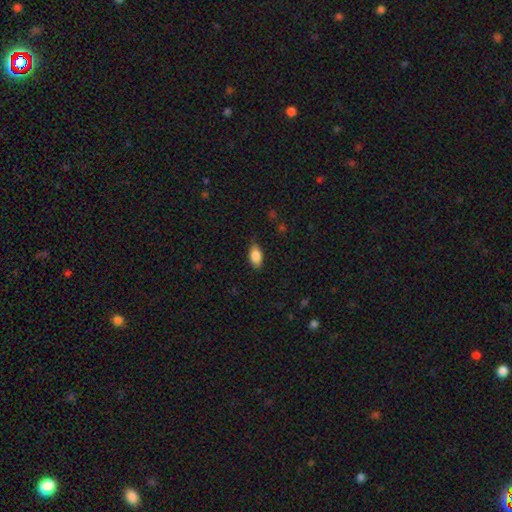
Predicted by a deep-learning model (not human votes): Morphology: type=smooth (86%); roundness=in between (91%); merging=none (78%).